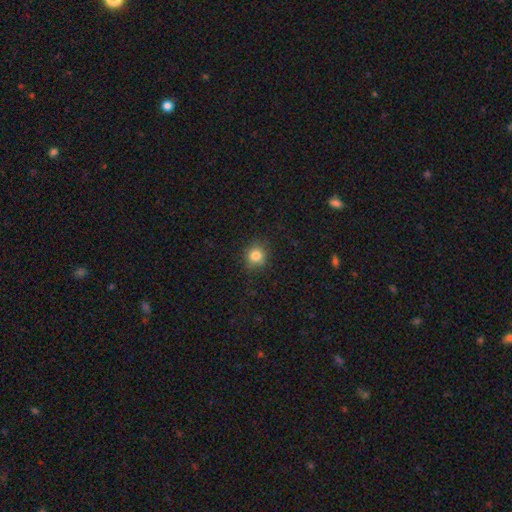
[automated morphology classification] A smooth galaxy with no disk features (83%) that is round (87%). Merging: none (85%).